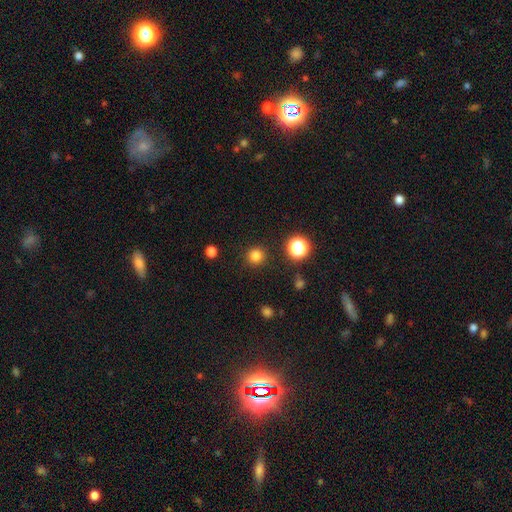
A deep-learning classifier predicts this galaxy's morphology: Smooth or featured?
  - smooth: 81% *
  - star or artifact: 15%
  - featured or disk: 4%
How rounded?
  - round: 95% *
  - in between: 4%
  - cigar-shaped: 1%
Merging?
  - none: 90% *
  - minor disturbance: 6%
  - major disturbance: 2%
  - merger: 1%